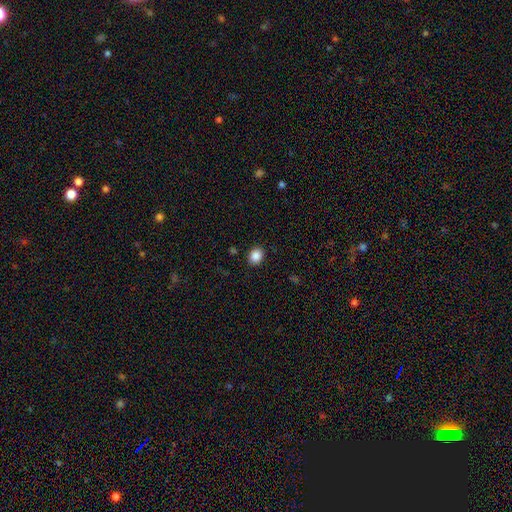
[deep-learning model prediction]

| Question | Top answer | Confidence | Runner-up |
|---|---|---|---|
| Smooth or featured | smooth | 87% | star or artifact (9%) |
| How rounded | round | 56% | in between (43%) |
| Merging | none | 90% | minor disturbance (7%) |